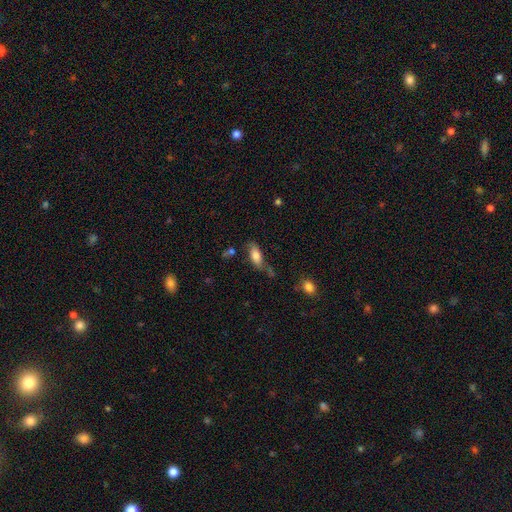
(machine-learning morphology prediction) A smooth galaxy with no disk features (74%) that is in between round and cigar-shaped (82%).

Vote fractions:
- Smooth or featured? smooth: 74% / featured or disk: 18% / star or artifact: 8%
- How rounded? in between: 82% / cigar-shaped: 16% / round: 3%
- Merging? none: 55% / minor disturbance: 25% / major disturbance: 10% / merger: 10%